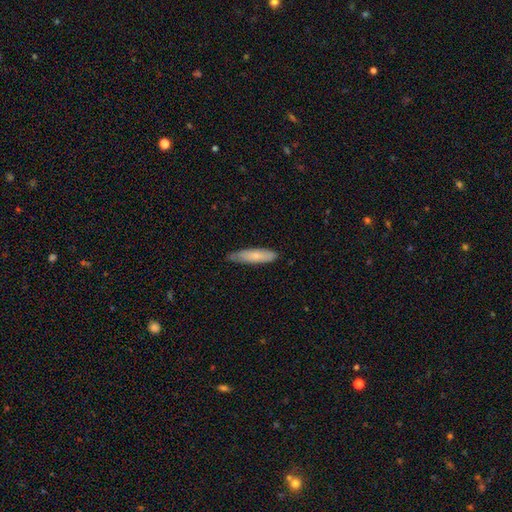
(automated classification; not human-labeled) Smooth or featured: smooth — 74% (featured or disk — 21%)
How rounded: cigar-shaped — 74% (in between — 24%)
Merging: none — 74% (minor disturbance — 22%)